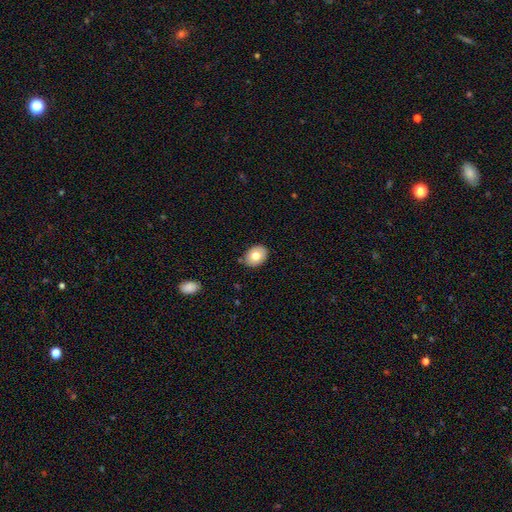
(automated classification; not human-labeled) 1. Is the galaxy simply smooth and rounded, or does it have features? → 76% smooth, 16% featured or disk, 8% star or artifact.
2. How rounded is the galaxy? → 66% in between, 33% round, 1% cigar-shaped.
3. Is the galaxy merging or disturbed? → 84% none, 12% minor disturbance, 2% major disturbance, 2% merger.